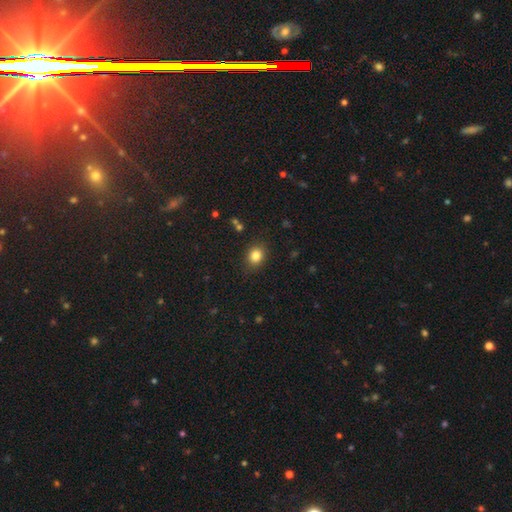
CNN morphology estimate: type=smooth (83%); roundness=round (65%); merging=none (86%).